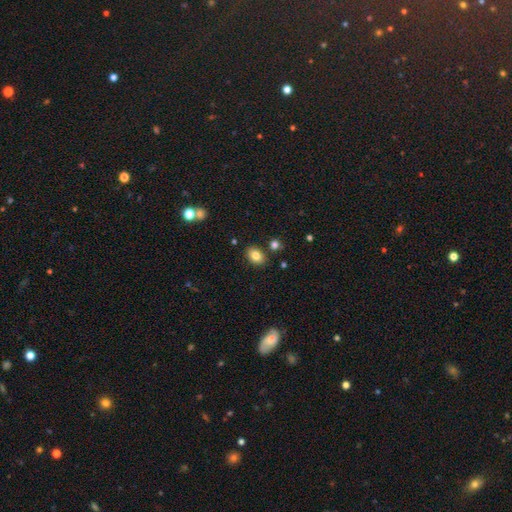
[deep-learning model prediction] The model was most divided on "how rounded": in between: 73%, round: 26%, cigar-shaped: 1%. More confident: merging — none (84%); smooth or featured — smooth (82%).